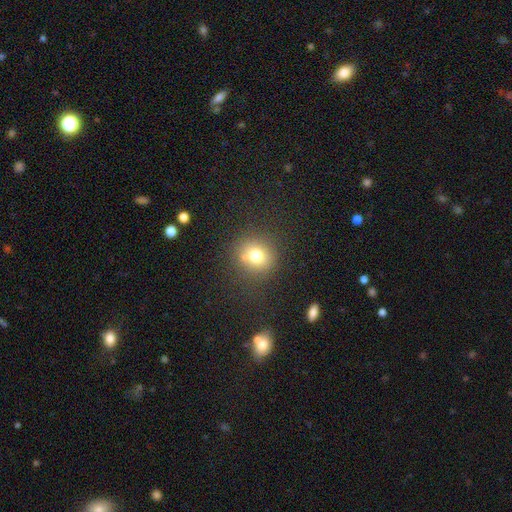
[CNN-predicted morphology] Smooth or featured? Predicted: smooth (p=0.74). How rounded? Predicted: round (p=0.86). Merging? Predicted: none (p=0.78).